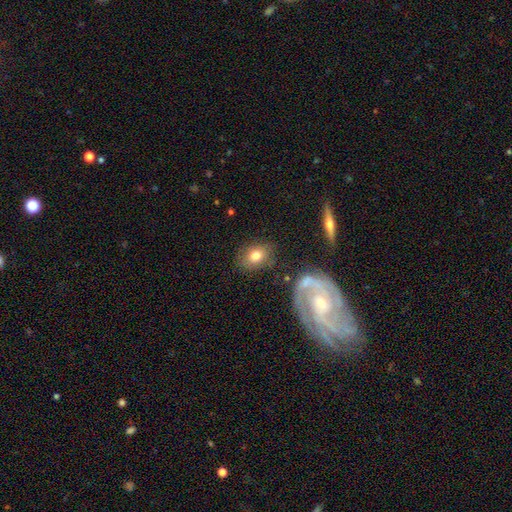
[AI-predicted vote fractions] smooth-or-featured: smooth: 74% | featured or disk: 17% | star or artifact: 9%
  how-rounded: in between: 66% | round: 33% | cigar-shaped: 2%
  merging: none: 76% | minor disturbance: 15% | major disturbance: 6% | merger: 4%